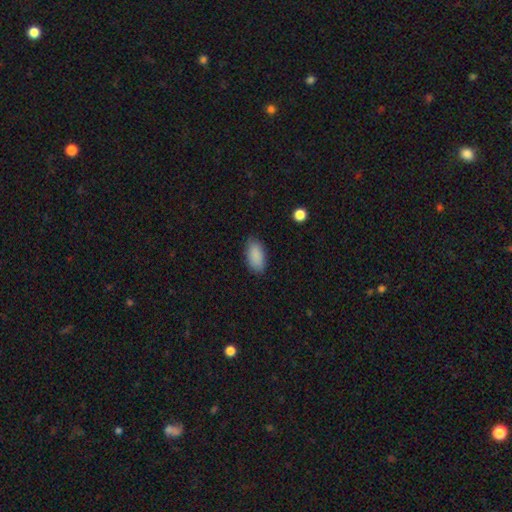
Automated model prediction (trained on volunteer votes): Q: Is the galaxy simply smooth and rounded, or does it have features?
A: smooth — 89%.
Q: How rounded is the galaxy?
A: in between — 93%.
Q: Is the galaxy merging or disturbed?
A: none — 84%.